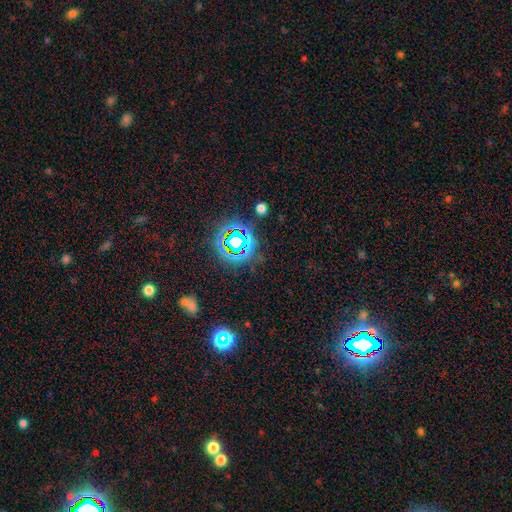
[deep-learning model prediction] A star or artifact, not a galaxy (76%).